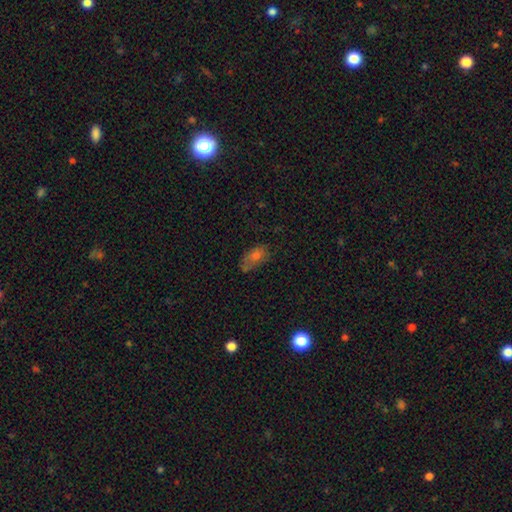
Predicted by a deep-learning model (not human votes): Overall: smooth (65%). How rounded: in between (83%). Merging: none (52%; minor disturbance 28%).